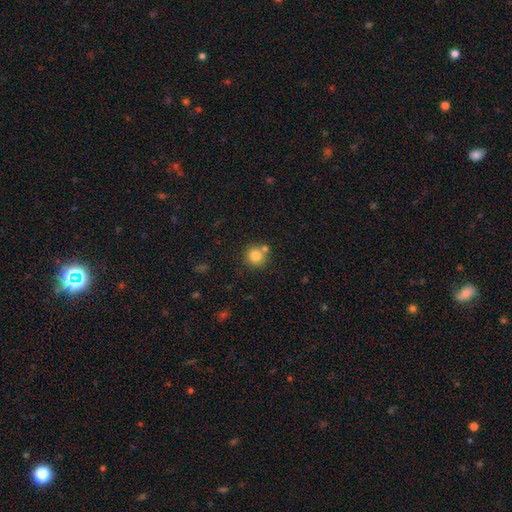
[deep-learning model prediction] smooth 81%, star or artifact 11%, featured or disk 8%. Down the decision tree: how rounded — round (92%); merging — none (69%).